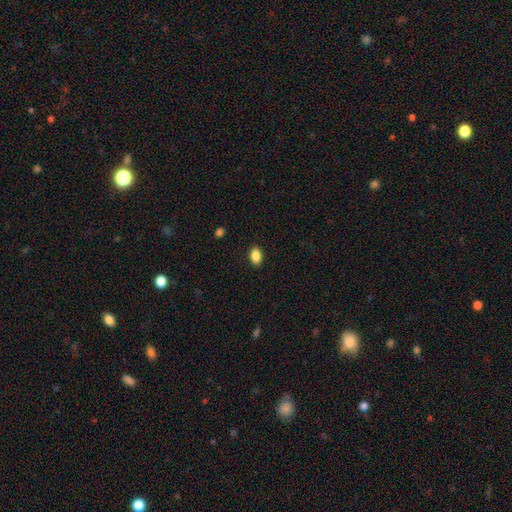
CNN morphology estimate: Overall: smooth (87%). How rounded: in between (88%). Merging: none (90%).